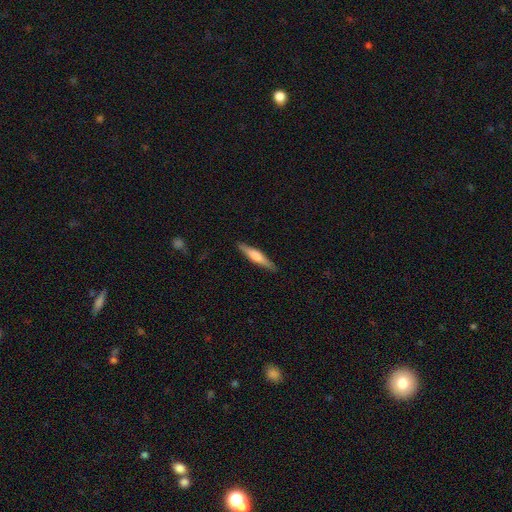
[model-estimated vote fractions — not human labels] Smooth or featured: smooth — 49% (featured or disk — 45%)
Merging: none — 89% (minor disturbance — 8%)